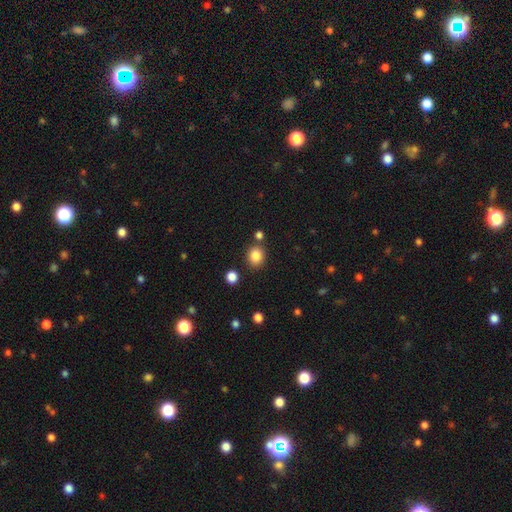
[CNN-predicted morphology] Smooth or featured? Predicted: smooth (p=0.84). How rounded? Predicted: round (p=0.72). Merging? Predicted: none (p=0.81).